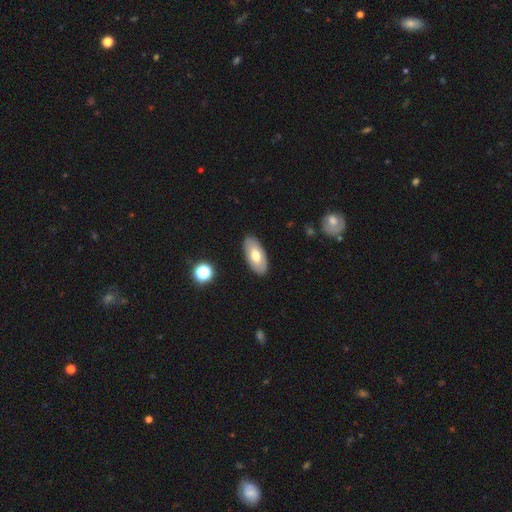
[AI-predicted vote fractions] Overall: smooth (61%; featured or disk 33%). How rounded: in between (92%). Merging: none (88%).